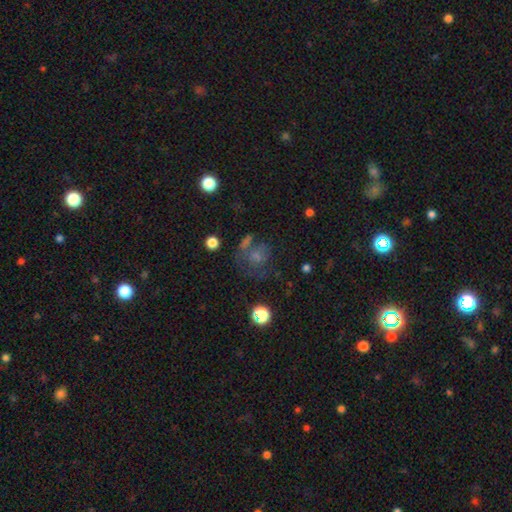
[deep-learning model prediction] Smooth or featured: smooth — 56% (featured or disk — 23%)
How rounded: round — 72% (in between — 27%)
Merging: none — 43% (major disturbance — 21%)